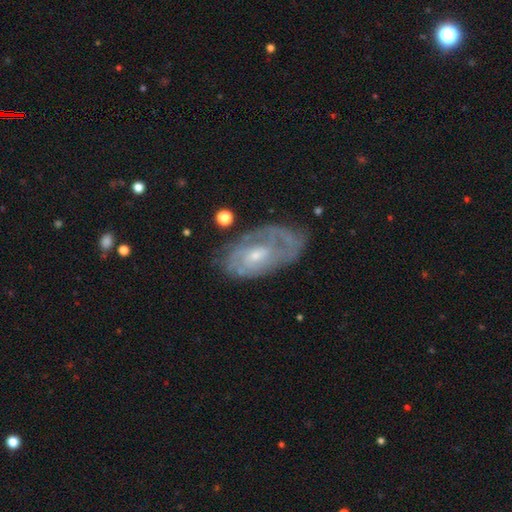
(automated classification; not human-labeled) Morphology: type=featured or disk (75%); edge-on=no (94%); bar=no (61%); spiral arms=yes (78%); winding=tight (59%); arm count=can't tell (49%); bulge=small (62%); merging=none (59%).